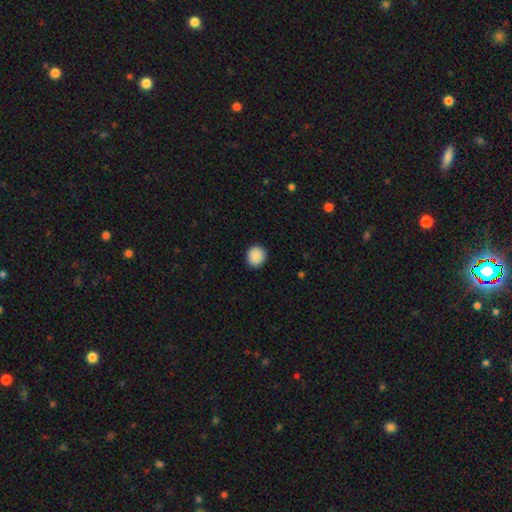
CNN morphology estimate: Smooth or featured? smooth (90%)
How rounded? round (88%)
Merging? none (92%)